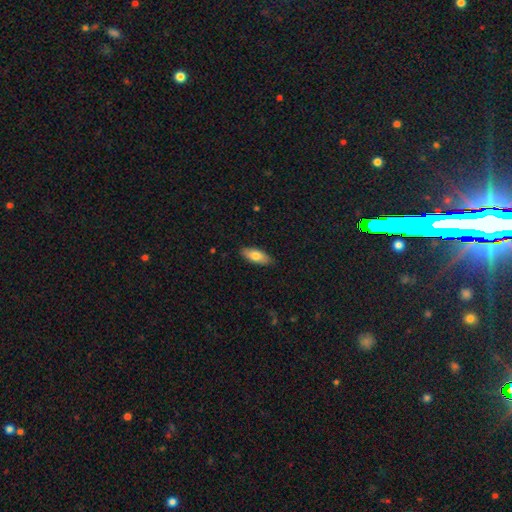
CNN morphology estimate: smooth_or_featured: smooth (p=0.75) [alt: featured or disk p=0.19]
how_rounded: in between (p=0.79) [alt: cigar-shaped p=0.19]
merging: none (p=0.87) [alt: minor disturbance p=0.10]